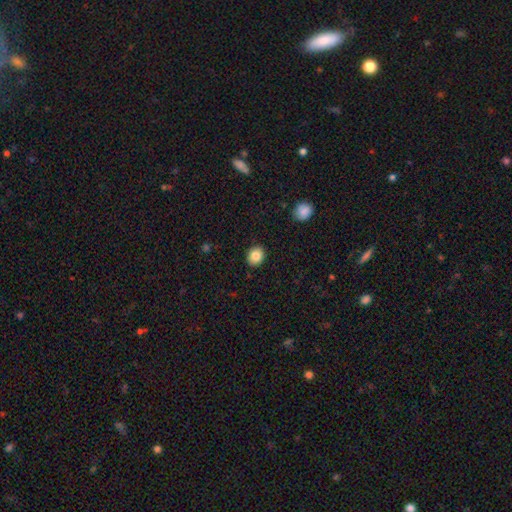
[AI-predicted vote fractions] smooth 84%, star or artifact 9%, featured or disk 7%. Down the decision tree: how rounded — round (62%); merging — none (90%).